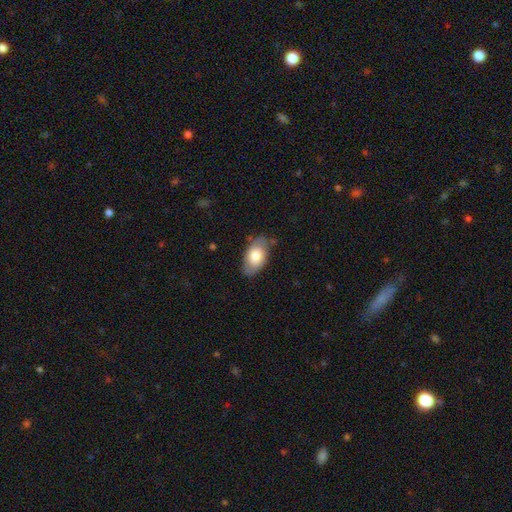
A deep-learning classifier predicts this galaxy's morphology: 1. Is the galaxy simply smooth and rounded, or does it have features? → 68% smooth, 26% featured or disk, 6% star or artifact.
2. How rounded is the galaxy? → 93% in between, 5% round, 2% cigar-shaped.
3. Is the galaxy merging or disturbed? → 72% none, 21% minor disturbance, 5% major disturbance, 2% merger.